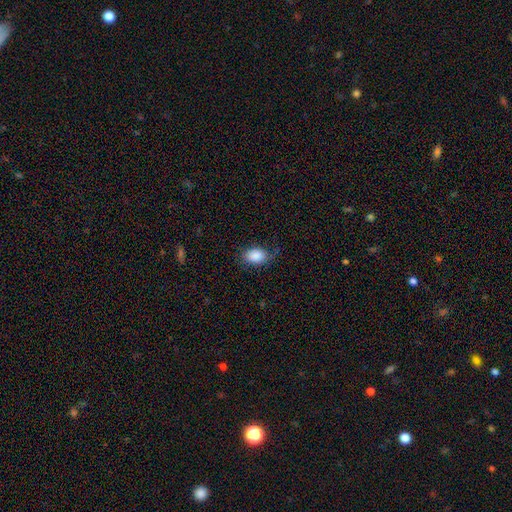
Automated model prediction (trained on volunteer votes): This appears to be a smooth galaxy with no disk features (84%) that is in between round and cigar-shaped (84%). Merging: none (61%).